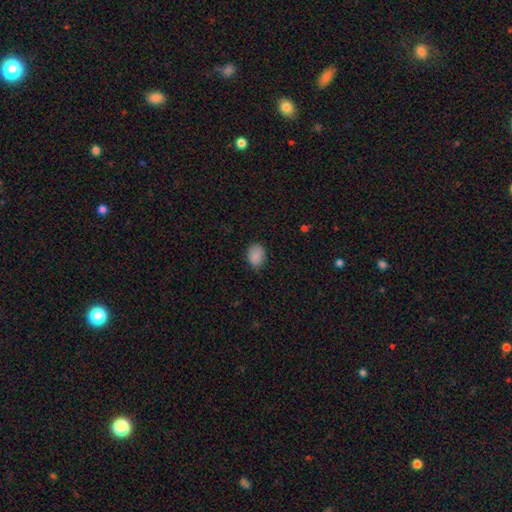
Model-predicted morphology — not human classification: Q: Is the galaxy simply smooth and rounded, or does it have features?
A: smooth — 87%.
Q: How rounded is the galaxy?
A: in between — 67%.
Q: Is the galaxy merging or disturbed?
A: none — 78%.